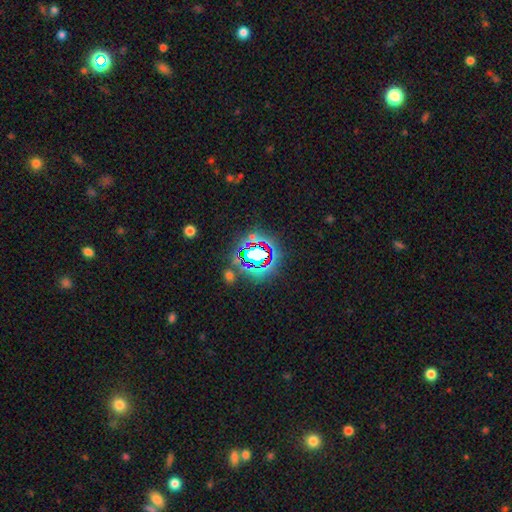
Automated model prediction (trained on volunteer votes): Smooth or featured: star or artifact — 70% (smooth — 17%)